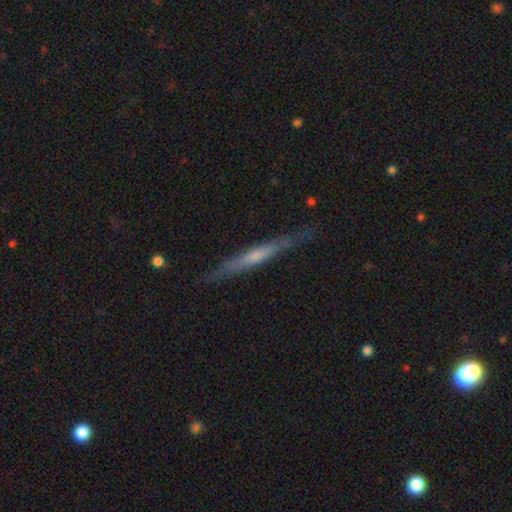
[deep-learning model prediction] The model was most divided on "edge-on bulge": none: 56%, rounded: 35%, boxy: 9%. More confident: edge-on disk — yes (94%); merging — none (81%); smooth or featured — featured or disk (60%).